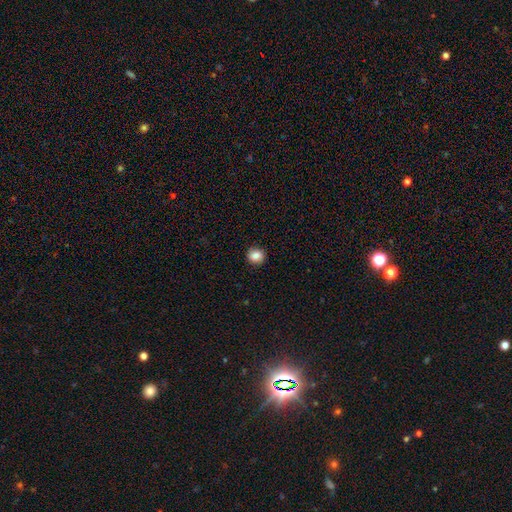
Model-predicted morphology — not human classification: Smooth or featured? Predicted: smooth (p=0.84). How rounded? Predicted: round (p=0.89). Merging? Predicted: none (p=0.91).